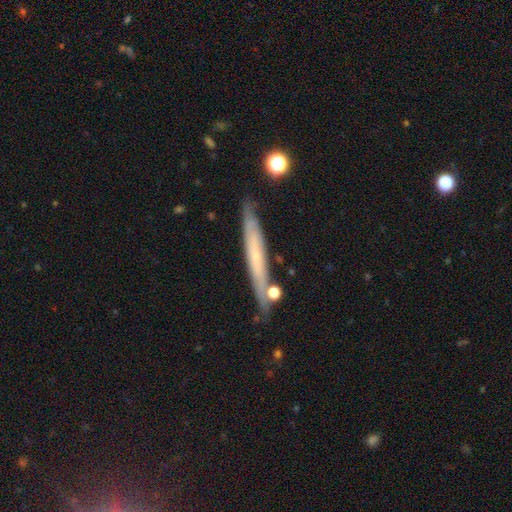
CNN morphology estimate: This appears to be a featured or disk galaxy (50%) viewed edge-on (85%). Merging: none (80%).